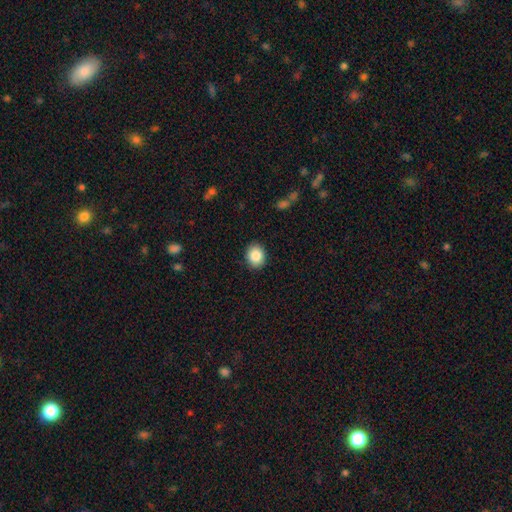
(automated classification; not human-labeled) Q: Smooth or featured?
A: smooth (86%); runner-up: star or artifact (8%)
Q: How rounded?
A: round (67%); runner-up: in between (32%)
Q: Merging?
A: none (90%); runner-up: minor disturbance (7%)